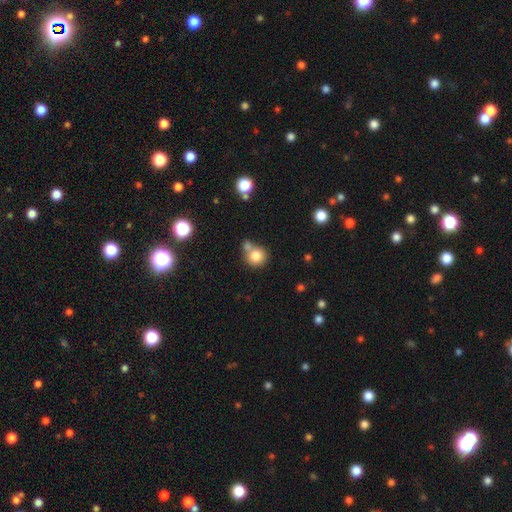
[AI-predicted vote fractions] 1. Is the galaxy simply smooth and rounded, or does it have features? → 80% smooth, 11% star or artifact, 9% featured or disk.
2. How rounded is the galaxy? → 88% round, 11% in between, 1% cigar-shaped.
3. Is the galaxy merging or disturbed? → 53% none, 33% merger, 10% minor disturbance, 4% major disturbance.